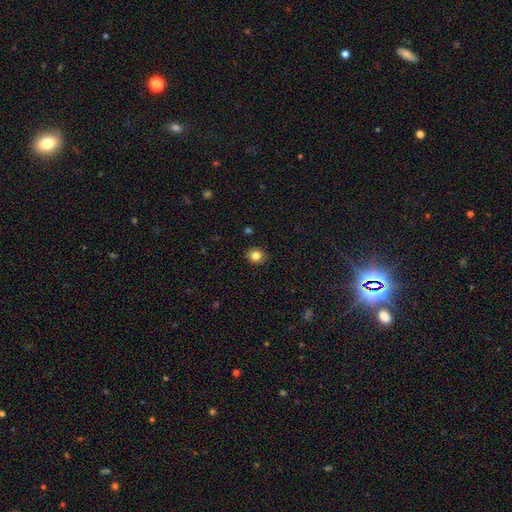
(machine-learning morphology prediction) Q: Smooth or featured?
A: smooth (82%); runner-up: star or artifact (11%)
Q: How rounded?
A: round (75%); runner-up: in between (24%)
Q: Merging?
A: none (90%); runner-up: minor disturbance (7%)